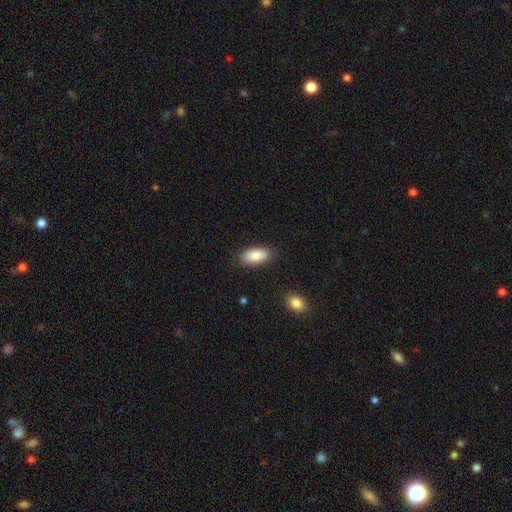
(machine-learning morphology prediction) smooth_or_featured: smooth (p=0.85) [alt: featured or disk p=0.09]
how_rounded: in between (p=0.91) [alt: cigar-shaped p=0.06]
merging: none (p=0.86) [alt: minor disturbance p=0.10]